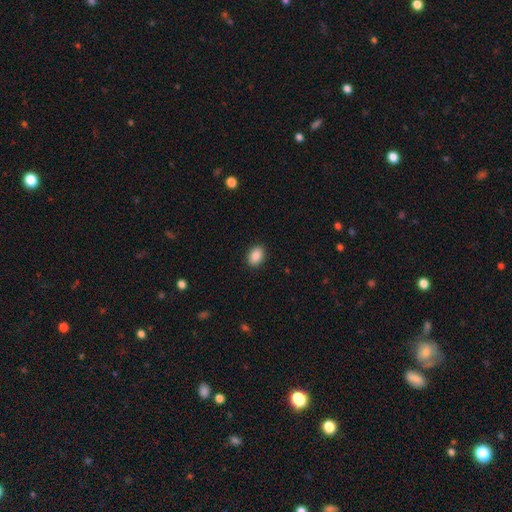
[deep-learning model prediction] smooth-or-featured: smooth: 89% | star or artifact: 8% | featured or disk: 4%
  how-rounded: in between: 81% | round: 18% | cigar-shaped: 1%
  merging: none: 90% | minor disturbance: 7% | major disturbance: 2% | merger: 1%